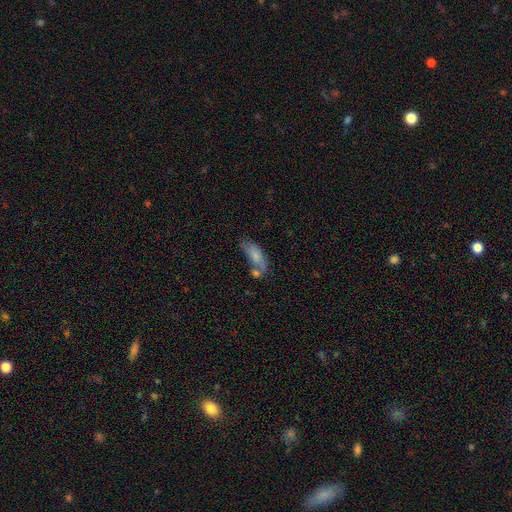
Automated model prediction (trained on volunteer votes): smooth 69%, featured or disk 23%, star or artifact 8%. Down the decision tree: how rounded — in between (73%); merging — none (38%).